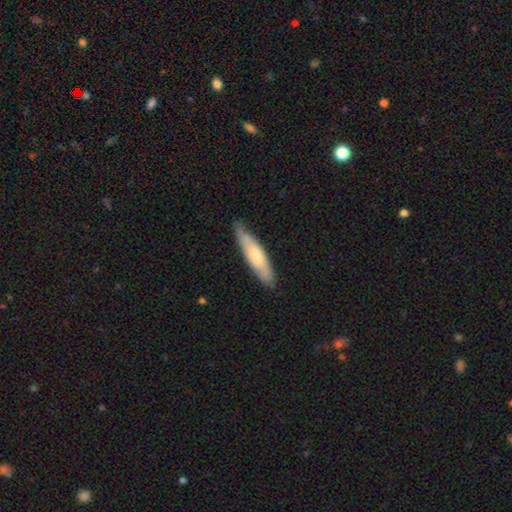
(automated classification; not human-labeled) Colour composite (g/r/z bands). It shows a smooth galaxy with no disk features (59%) that is cigar-shaped (77%). Merging: none (80%).